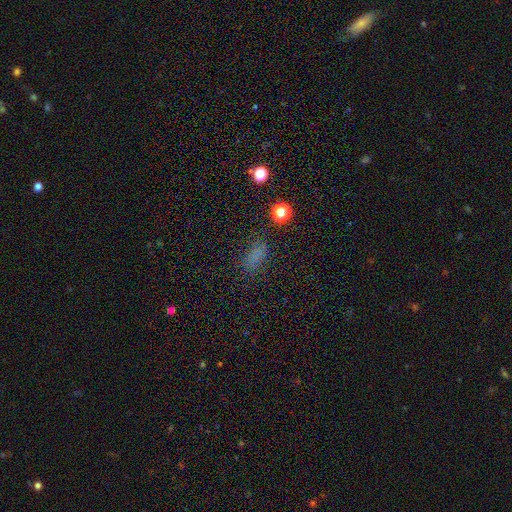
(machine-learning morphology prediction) Q: Smooth or featured?
A: smooth (66%); runner-up: star or artifact (26%)
Q: How rounded?
A: in between (79%); runner-up: round (11%)
Q: Merging?
A: none (70%); runner-up: minor disturbance (18%)